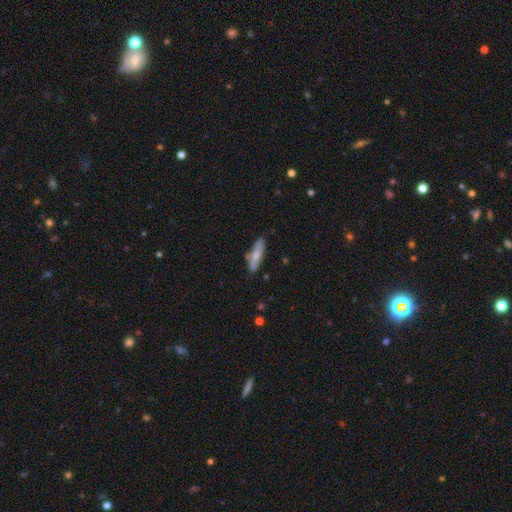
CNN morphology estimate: smooth_or_featured: smooth (p=0.66) [alt: featured or disk p=0.28]
how_rounded: cigar-shaped (p=0.69) [alt: in between p=0.29]
merging: none (p=0.77) [alt: minor disturbance p=0.16]